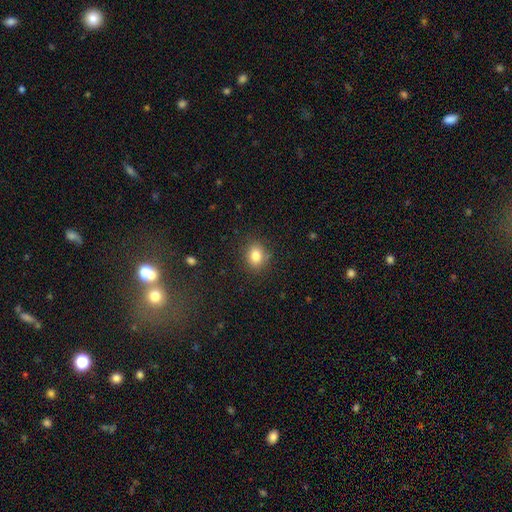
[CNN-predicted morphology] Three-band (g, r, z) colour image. It shows a smooth galaxy with no disk features (83%) that is in between round and cigar-shaped (50%). Merging: none (83%).